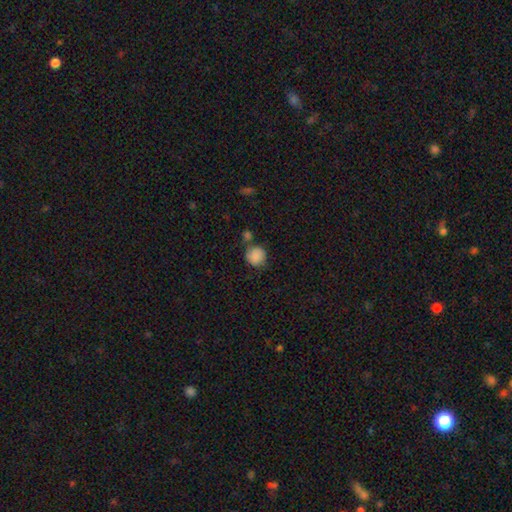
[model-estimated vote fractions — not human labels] Morphology: type=smooth (86%); roundness=round (88%); merging=none (63%).